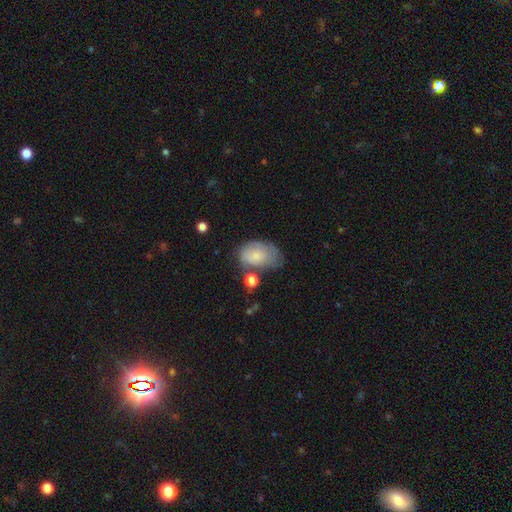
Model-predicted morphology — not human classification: This is likely a smooth galaxy (70%). How rounded: clearly in between (82%). Merging: marginally none (38%).